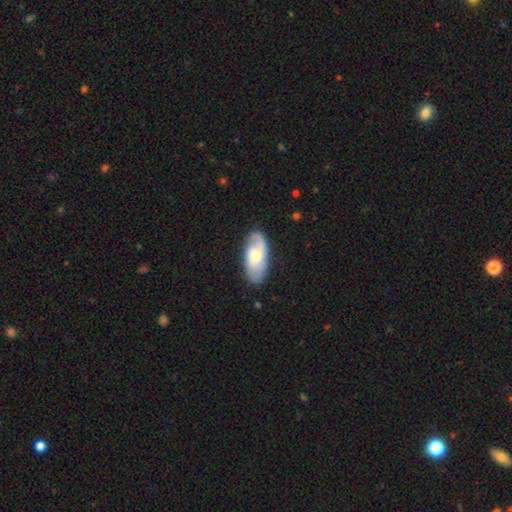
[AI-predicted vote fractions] A featured or disk galaxy (47%, tied with smooth). Merging: none (76%).